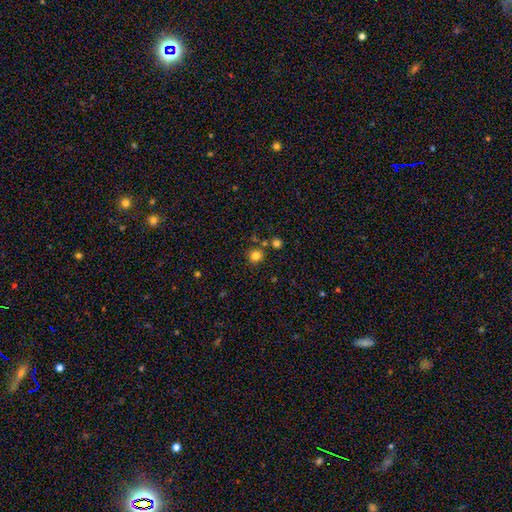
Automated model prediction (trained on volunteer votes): smooth 80%, star or artifact 14%, featured or disk 5%. Down the decision tree: how rounded — round (91%); merging — none (79%).